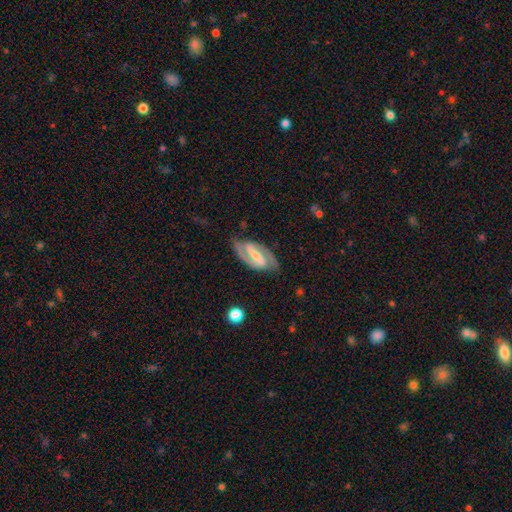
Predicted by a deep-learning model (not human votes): Q: Smooth or featured?
A: featured or disk (90%); runner-up: smooth (6%)
Q: Edge-on disk?
A: no (97%); runner-up: yes (3%)
Q: Bar?
A: strong (69%); runner-up: weak (24%)
Q: Spiral arms?
A: yes (97%); runner-up: no (3%)
Q: Spiral winding?
A: medium (54%); runner-up: tight (30%)
Q: Spiral arm count?
A: 2 (93%); runner-up: can't tell (2%)
Q: Bulge size?
A: small (51%); runner-up: moderate (30%)
Q: Merging?
A: none (82%); runner-up: minor disturbance (13%)